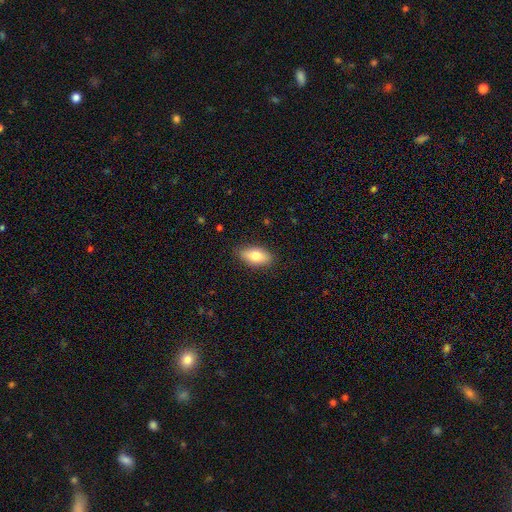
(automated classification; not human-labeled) Smooth or featured?
  - smooth: 79% *
  - featured or disk: 15%
  - star or artifact: 7%
How rounded?
  - in between: 88% *
  - cigar-shaped: 9%
  - round: 4%
Merging?
  - none: 86% *
  - minor disturbance: 11%
  - major disturbance: 2%
  - merger: 1%